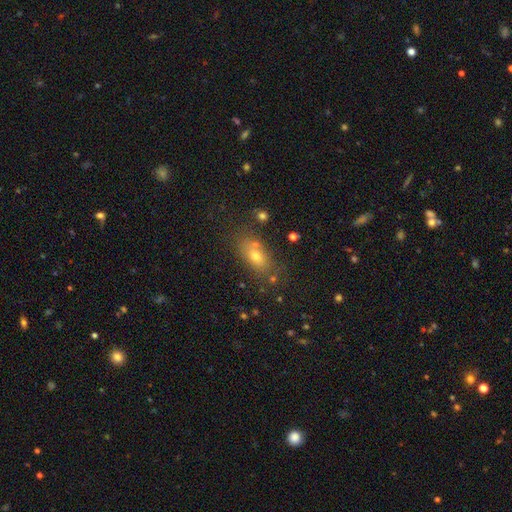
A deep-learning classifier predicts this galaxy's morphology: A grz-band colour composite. It shows a smooth galaxy with no disk features (69%) that is in between round and cigar-shaped (76%). Merging: none (70%).